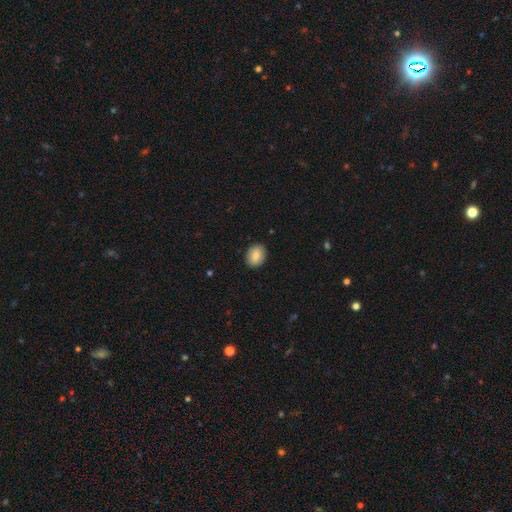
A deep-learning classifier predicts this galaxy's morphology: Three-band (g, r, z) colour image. It shows a smooth galaxy with no disk features (82%) that is in between round and cigar-shaped (62%). Merging: none (89%).